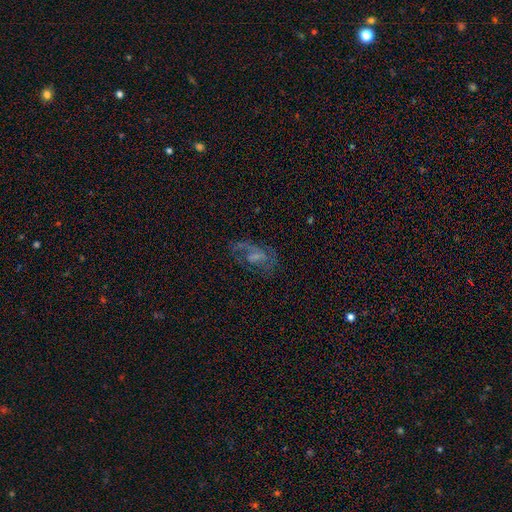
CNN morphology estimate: Smooth or featured? featured or disk (63%)
Edge-on disk? no (95%)
Bar? weak (42%, tied with no)
Spiral arms? yes (77%)
Bulge size? none (46%)
Merging? none (53%)